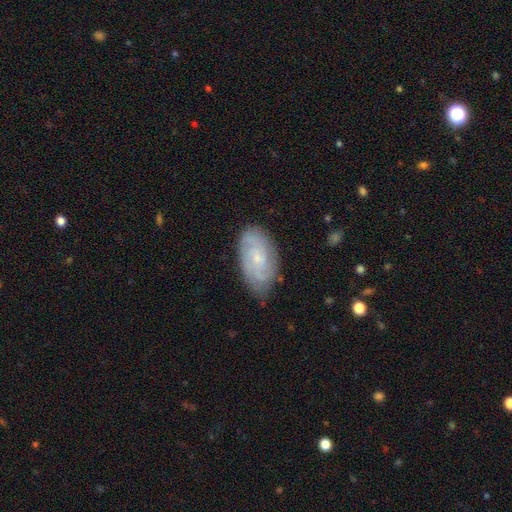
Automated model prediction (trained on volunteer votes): A featured or disk galaxy (67%) with no bar (65%), 2 (38%) tight (62%) spiral arms (91%) and a small central bulge (67%). Merging: none (74%).